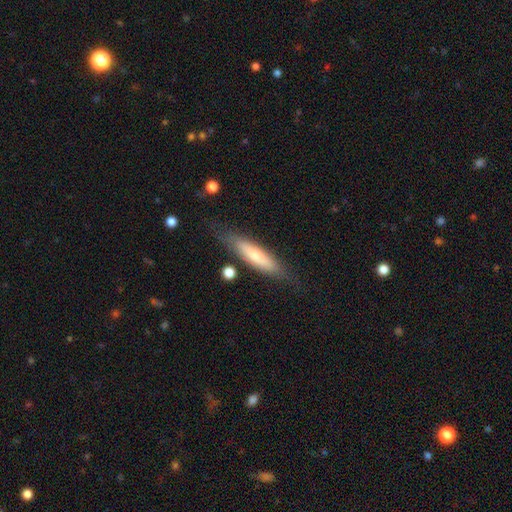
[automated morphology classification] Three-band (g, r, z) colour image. It shows a smooth galaxy with no disk features (59%) that is cigar-shaped (75%). Merging: none (75%).